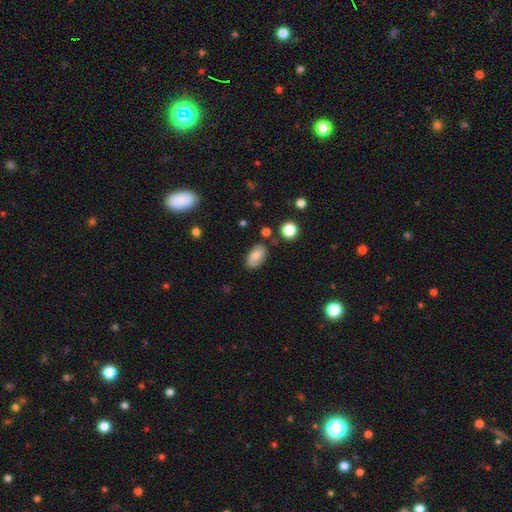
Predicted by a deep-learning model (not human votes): smooth 74%, featured or disk 17%, star or artifact 8%. Down the decision tree: how rounded — in between (92%); merging — none (76%).